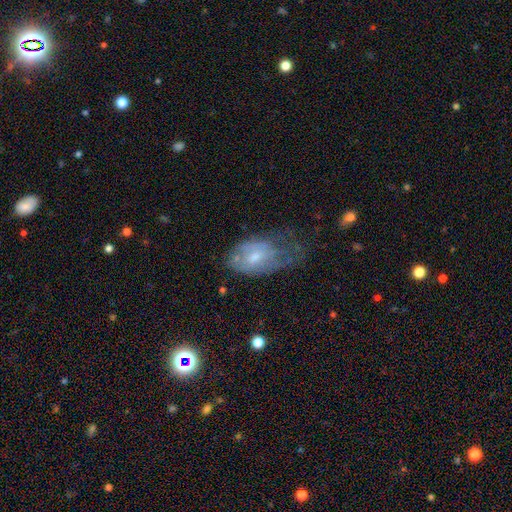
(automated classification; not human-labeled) Morphology: type=featured or disk (49%); merging=major disturbance (37%).